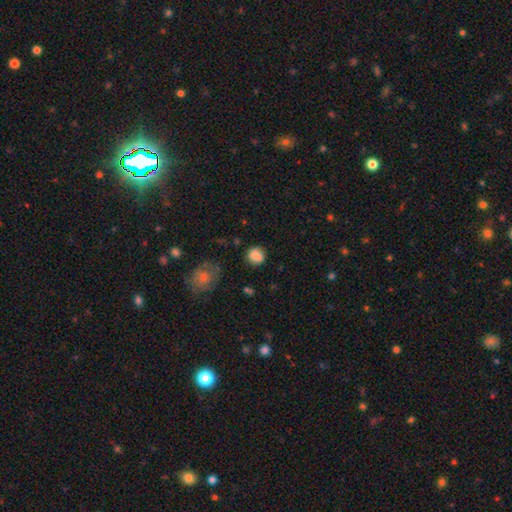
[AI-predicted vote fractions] smooth_or_featured: smooth (p=0.81) [alt: featured or disk p=0.10]
how_rounded: round (p=0.76) [alt: in between p=0.23]
merging: none (p=0.75) [alt: minor disturbance p=0.16]